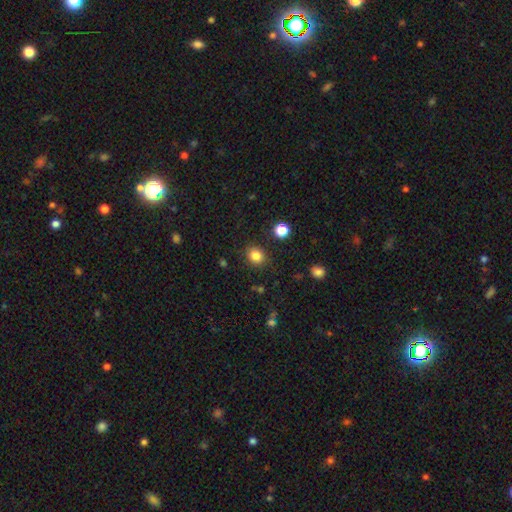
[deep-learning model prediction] This appears to be a smooth galaxy with no disk features (83%) that is round (73%). Merging: none (87%).